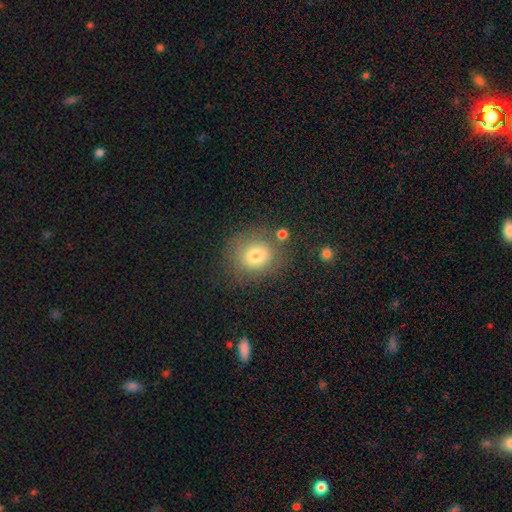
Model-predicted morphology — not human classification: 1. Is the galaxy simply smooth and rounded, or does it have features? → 77% smooth, 12% featured or disk, 11% star or artifact.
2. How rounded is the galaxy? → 72% round, 28% in between, 1% cigar-shaped.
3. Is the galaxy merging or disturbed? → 74% none, 15% minor disturbance, 6% major disturbance, 6% merger.